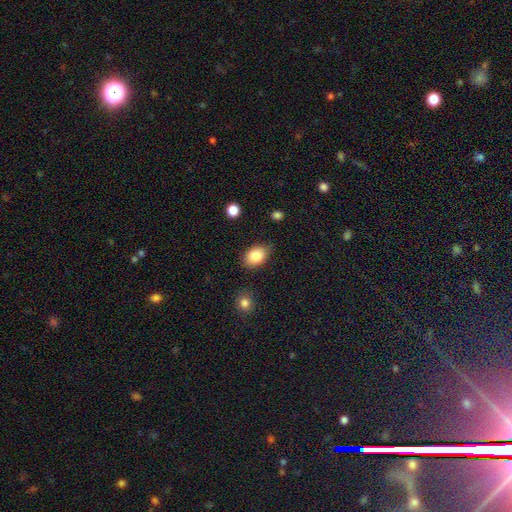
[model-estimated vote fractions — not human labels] The model was most divided on "merging": none: 75%, minor disturbance: 19%, major disturbance: 4%, merger: 2%. More confident: smooth or featured — smooth (84%); how rounded — in between (78%).